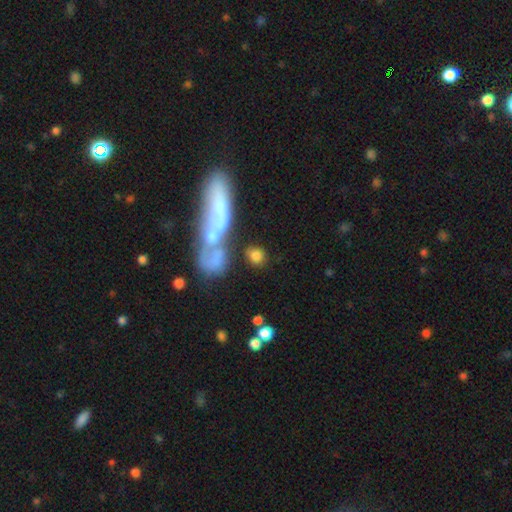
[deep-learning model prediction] A smooth galaxy with no disk features (78%) that is round (57%). Merging: none (57%).